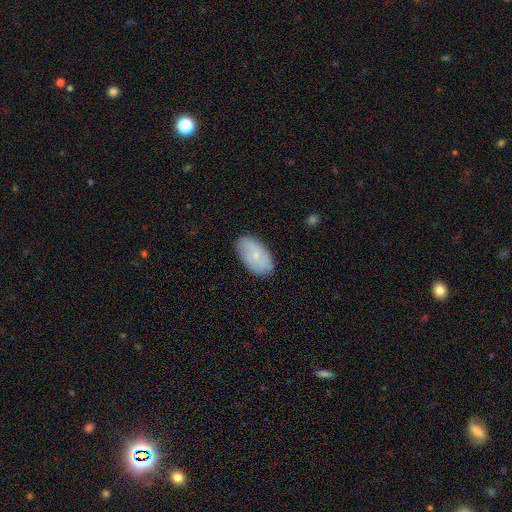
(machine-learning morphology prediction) smooth 65%, featured or disk 28%, star or artifact 7%. Down the decision tree: how rounded — in between (94%); merging — none (82%).